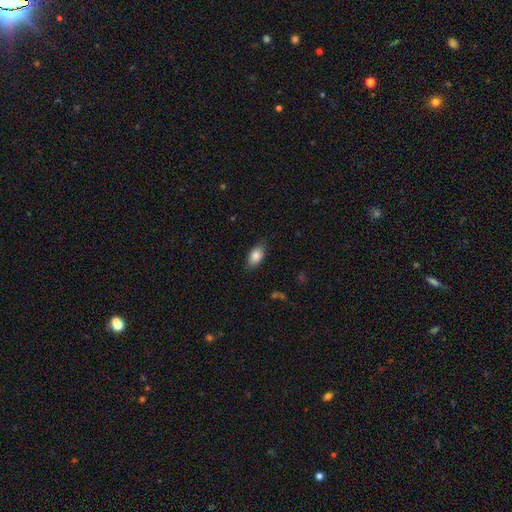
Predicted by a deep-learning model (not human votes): A smooth galaxy with no disk features (83%) that is in between round and cigar-shaped (90%).

Vote fractions:
- Smooth or featured? smooth: 83% / featured or disk: 9% / star or artifact: 7%
- How rounded? in between: 90% / round: 5% / cigar-shaped: 4%
- Merging? none: 83% / minor disturbance: 14% / major disturbance: 3% / merger: 1%